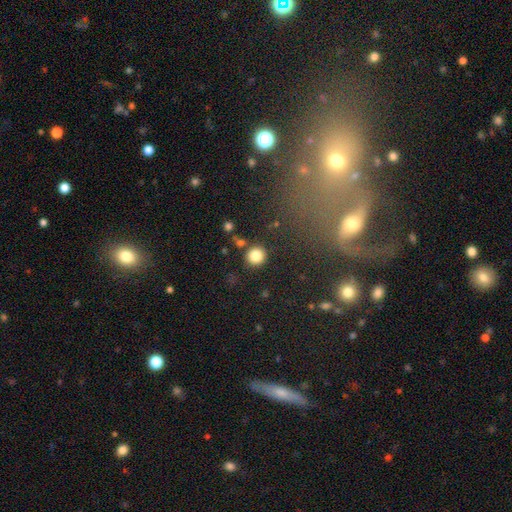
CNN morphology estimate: This is clearly a smooth galaxy (84%). How rounded: clearly round (94%). Merging: clearly none (86%).